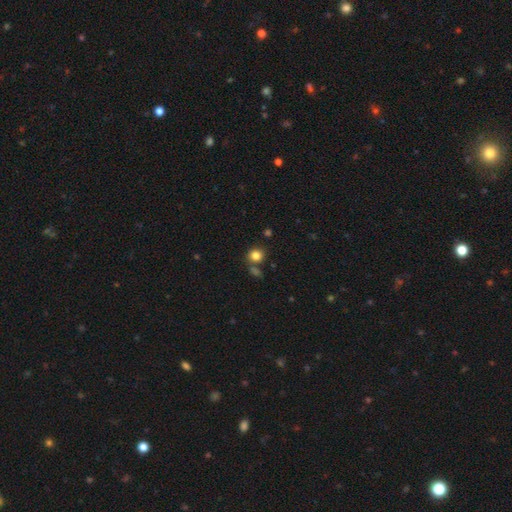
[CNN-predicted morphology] This appears to be a smooth galaxy with no disk features (82%) that is round (80%). Merging: none (72%).